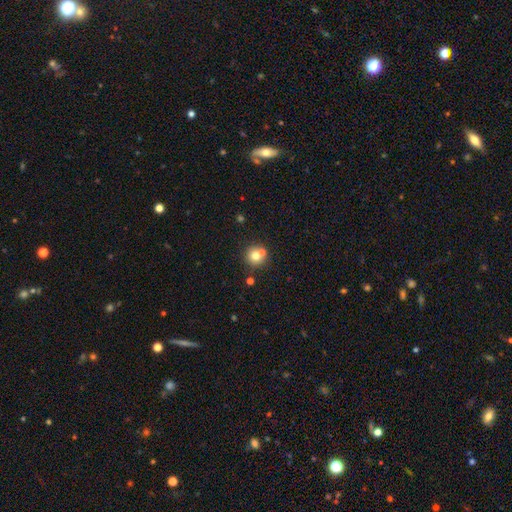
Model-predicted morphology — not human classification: smooth-or-featured: smooth: 72% | featured or disk: 14% | star or artifact: 13%
  how-rounded: round: 92% | in between: 7% | cigar-shaped: 1%
  merging: none: 62% | merger: 29% | minor disturbance: 7% | major disturbance: 3%